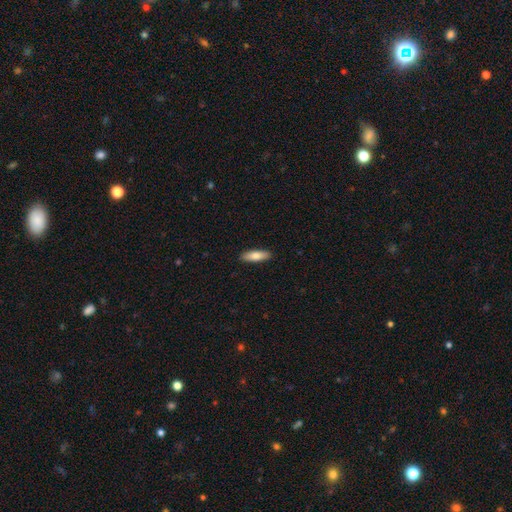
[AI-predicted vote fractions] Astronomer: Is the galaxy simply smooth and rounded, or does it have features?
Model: smooth — 77%.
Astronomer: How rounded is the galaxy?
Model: cigar-shaped — 51% (runner-up: in between, 47%).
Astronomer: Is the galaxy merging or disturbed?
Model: none — 90%.